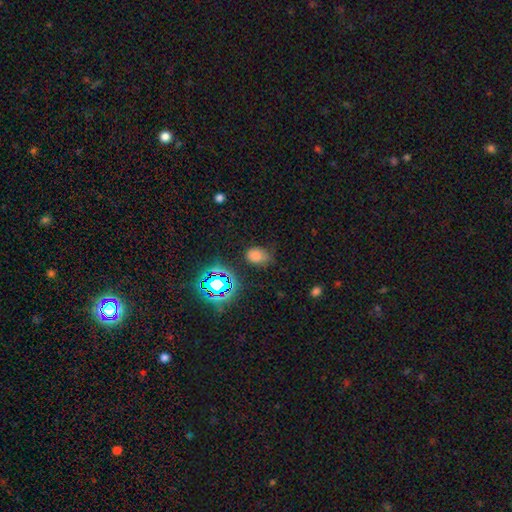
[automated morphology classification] A smooth galaxy with no disk features (70%) that is in between round and cigar-shaped (72%). Merging: none (67%).